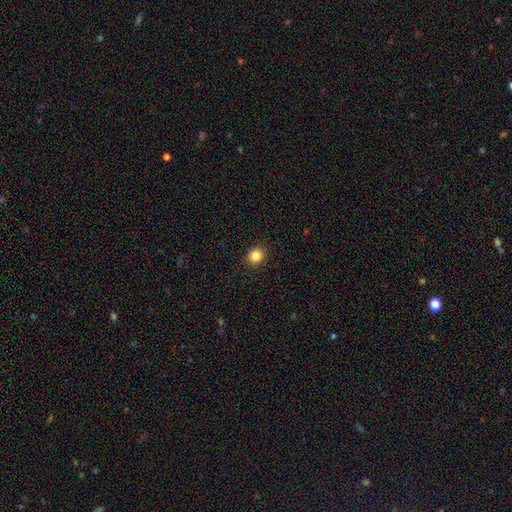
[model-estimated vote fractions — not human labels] Smooth or featured: smooth — 85% (star or artifact — 11%)
How rounded: round — 79% (in between — 20%)
Merging: none — 92% (minor disturbance — 6%)